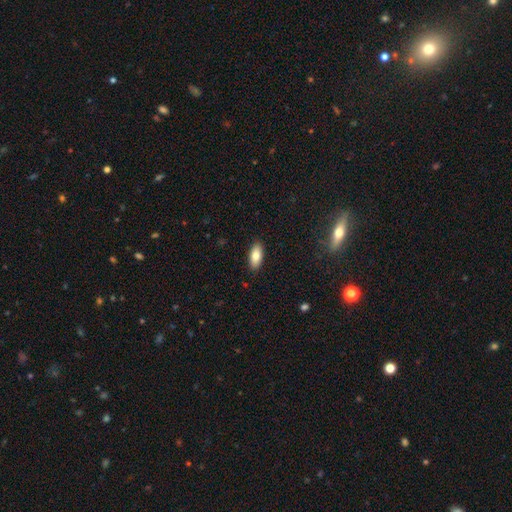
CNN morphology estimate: Smooth or featured?
  - smooth: 81% *
  - featured or disk: 12%
  - star or artifact: 7%
How rounded?
  - in between: 86% *
  - cigar-shaped: 11%
  - round: 2%
Merging?
  - none: 89% *
  - minor disturbance: 8%
  - major disturbance: 2%
  - merger: 1%